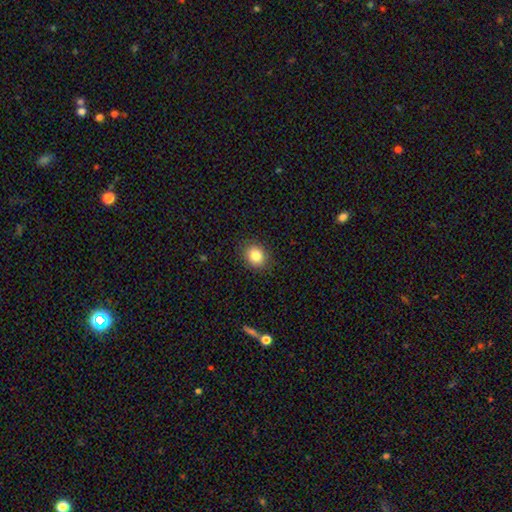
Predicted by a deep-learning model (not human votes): A smooth galaxy with no disk features (84%) that is round (62%). Merging: none (88%).